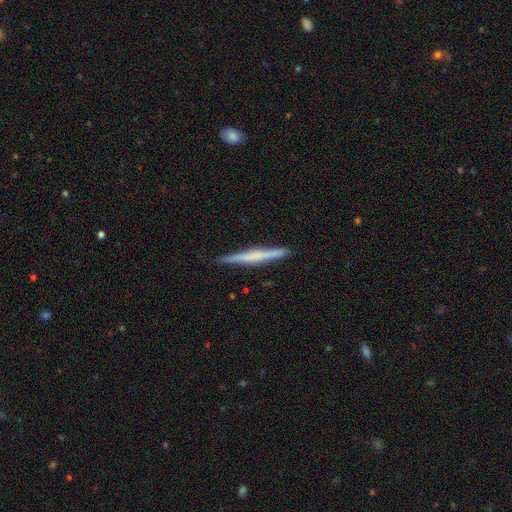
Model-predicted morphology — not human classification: Overall: featured or disk (54%; smooth 40%). Edge-on disk: yes (98%). Edge-on bulge: none (58%; rounded 27%). Merging: none (90%).